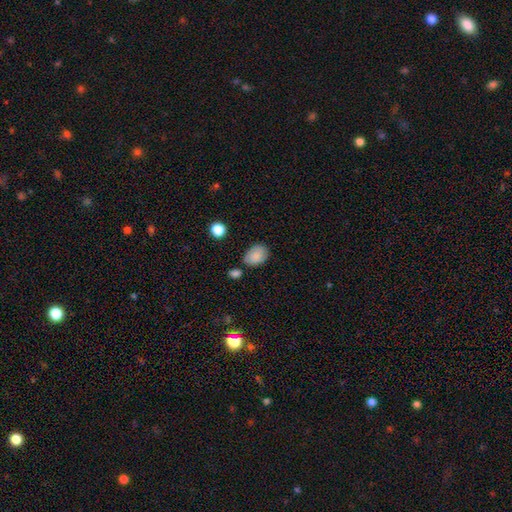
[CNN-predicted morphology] Smooth or featured: smooth — 84% (featured or disk — 8%)
How rounded: in between — 79% (round — 20%)
Merging: none — 68% (minor disturbance — 21%)